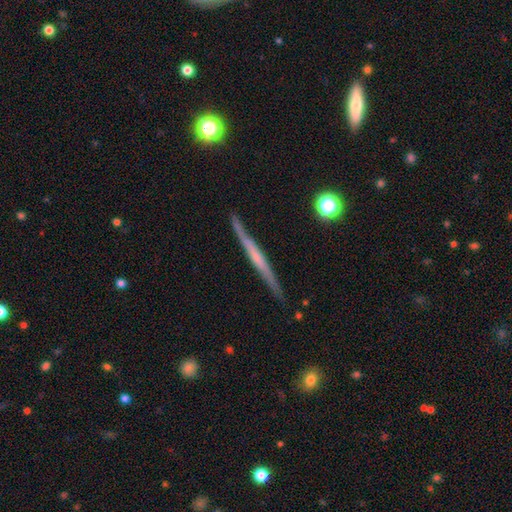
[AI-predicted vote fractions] The model was most divided on "edge-on bulge": none: 62%, rounded: 25%, boxy: 13%. More confident: edge-on disk — yes (97%); merging — none (88%); smooth or featured — featured or disk (68%).